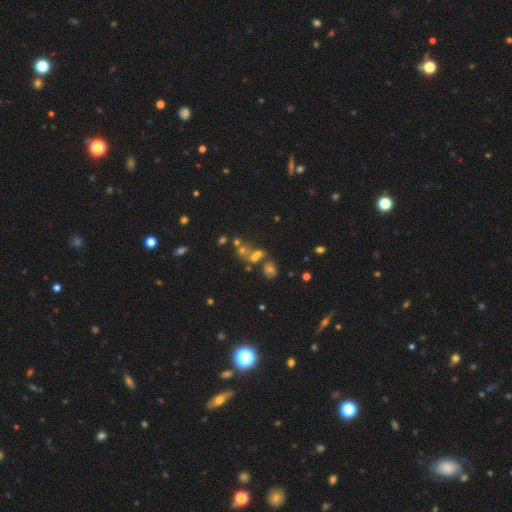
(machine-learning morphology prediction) type=smooth (41%); merging=merger (42%).